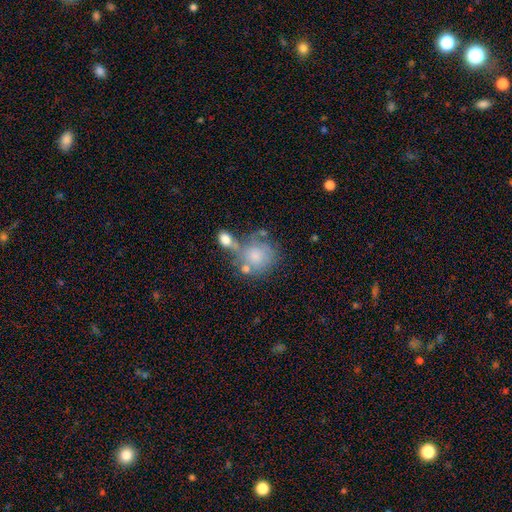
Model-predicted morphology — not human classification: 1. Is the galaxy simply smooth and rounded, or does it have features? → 65% smooth, 27% featured or disk, 9% star or artifact.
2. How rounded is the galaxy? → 78% round, 21% in between, 1% cigar-shaped.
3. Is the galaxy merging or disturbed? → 37% none, 31% merger, 19% minor disturbance, 13% major disturbance.